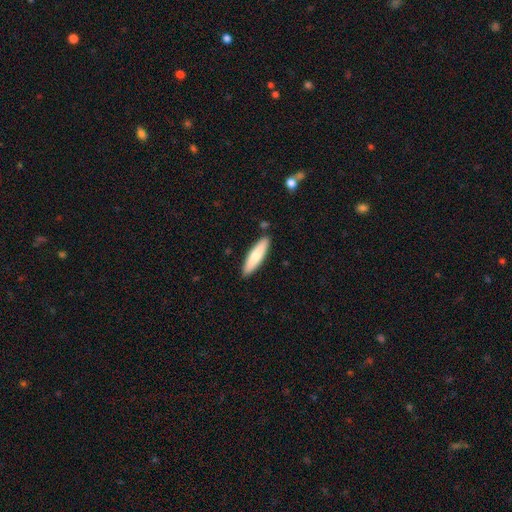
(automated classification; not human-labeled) smooth_or_featured: smooth (p=0.77) [alt: featured or disk p=0.18]
how_rounded: cigar-shaped (p=0.74) [alt: in between p=0.25]
merging: none (p=0.88) [alt: minor disturbance p=0.09]